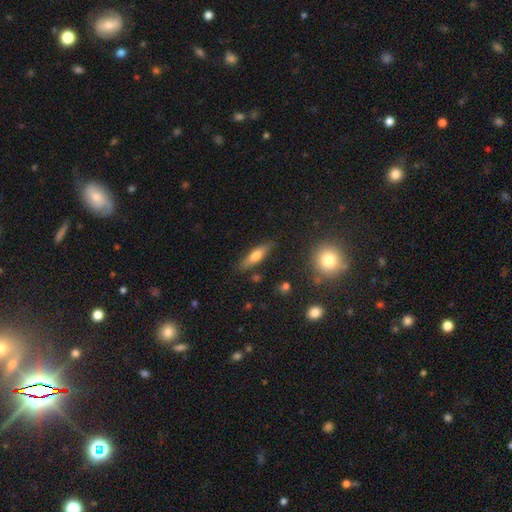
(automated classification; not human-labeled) A smooth galaxy with no disk features (54%) that is cigar-shaped (69%).

Vote fractions:
- Smooth or featured? smooth: 54% / featured or disk: 39% / star or artifact: 8%
- How rounded? cigar-shaped: 69% / in between: 28% / round: 3%
- Merging? none: 84% / minor disturbance: 11% / major disturbance: 3% / merger: 2%